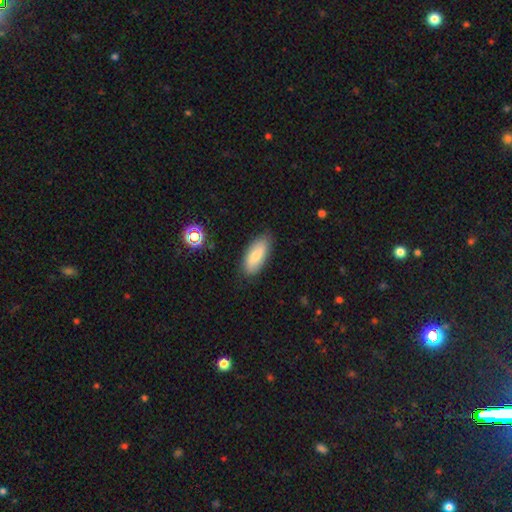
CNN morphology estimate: This appears to be a smooth galaxy with no disk features (76%) that is in between round and cigar-shaped (83%). Merging: none (81%).